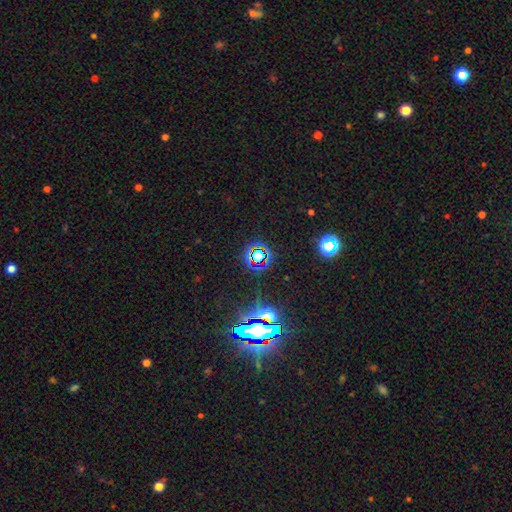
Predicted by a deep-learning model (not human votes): Smooth or featured?
  - star or artifact: 73% *
  - smooth: 16%
  - featured or disk: 10%